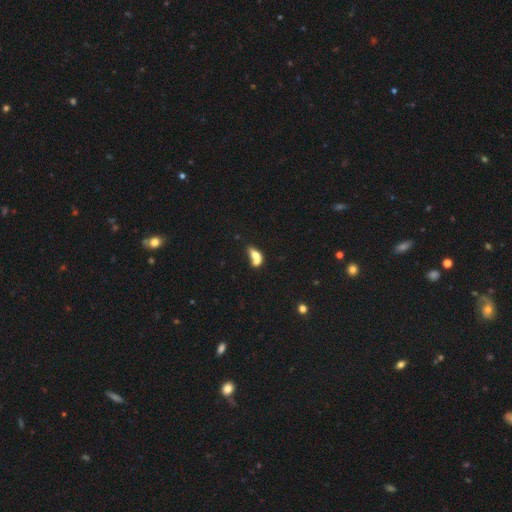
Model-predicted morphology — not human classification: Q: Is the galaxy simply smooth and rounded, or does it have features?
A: smooth — 66%.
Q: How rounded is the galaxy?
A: in between — 75%.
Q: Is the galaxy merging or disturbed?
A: merger — 63%.